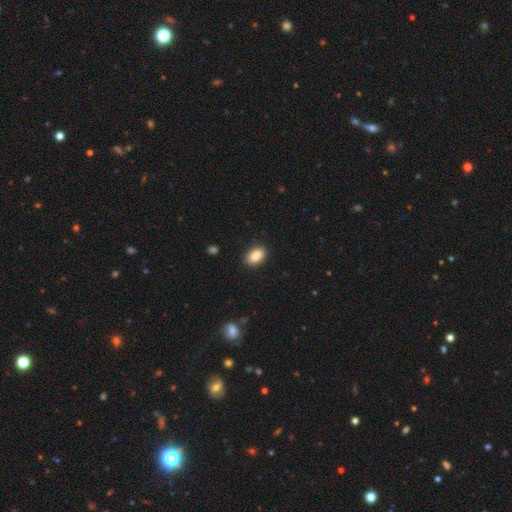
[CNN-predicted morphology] smooth_or_featured: smooth (p=0.87) [alt: star or artifact p=0.08]
how_rounded: in between (p=0.90) [alt: round p=0.09]
merging: none (p=0.89) [alt: minor disturbance p=0.08]